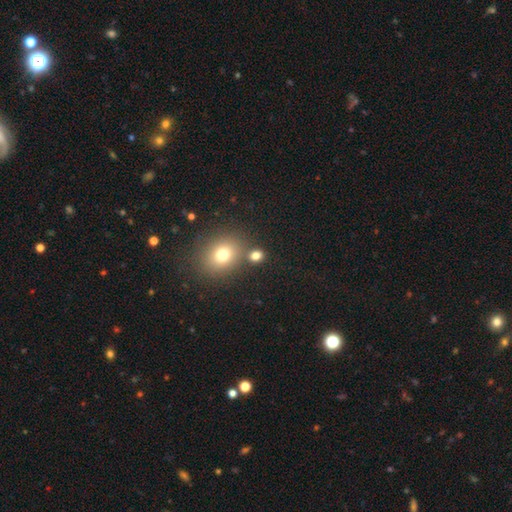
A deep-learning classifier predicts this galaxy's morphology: Overall: smooth (78%). How rounded: round (68%; in between 31%). Merging: none (72%).